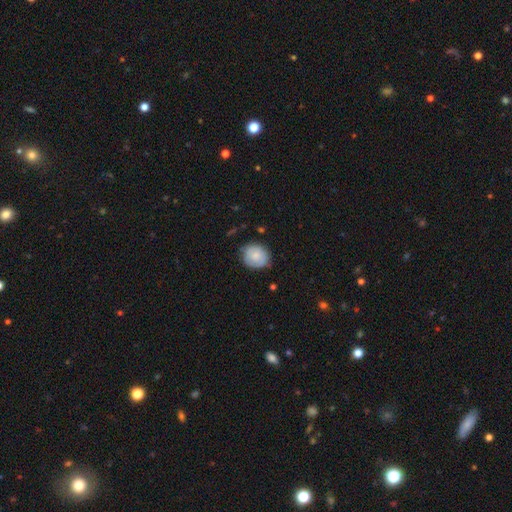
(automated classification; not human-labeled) This is likely a smooth galaxy (72%). How rounded: likely round (72%). Merging: likely none (73%).